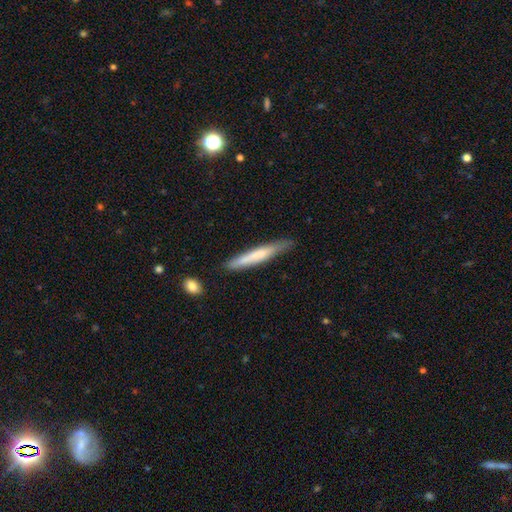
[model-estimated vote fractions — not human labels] smooth-or-featured: smooth: 63% | featured or disk: 31% | star or artifact: 6%
  how-rounded: cigar-shaped: 95% | in between: 4% | round: 1%
  merging: none: 79% | minor disturbance: 16% | major disturbance: 3% | merger: 2%